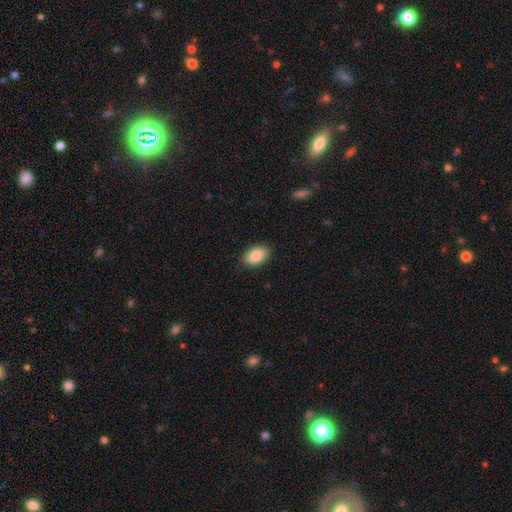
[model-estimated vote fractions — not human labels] Smooth or featured? smooth (87%)
How rounded? in between (92%)
Merging? none (88%)